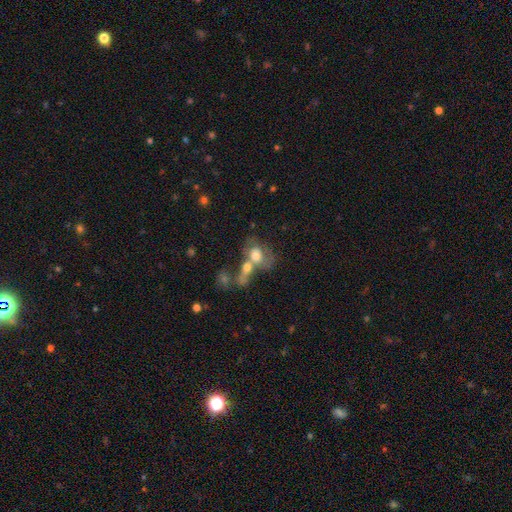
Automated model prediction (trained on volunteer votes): This is possibly a smooth galaxy (59%). How rounded: likely in between (62%). Merging: likely merger (66%).